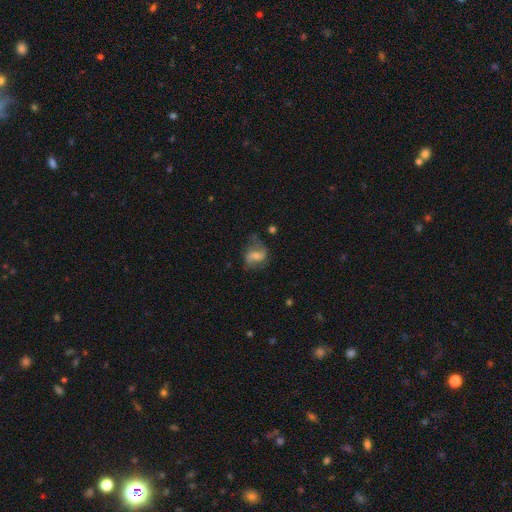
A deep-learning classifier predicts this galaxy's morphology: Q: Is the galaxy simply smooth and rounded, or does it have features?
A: featured or disk — 60%.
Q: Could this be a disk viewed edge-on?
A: no — 97%.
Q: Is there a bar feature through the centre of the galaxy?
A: weak — 46%.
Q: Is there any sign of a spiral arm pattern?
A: yes — 87%.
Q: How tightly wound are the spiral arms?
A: loose — 51%.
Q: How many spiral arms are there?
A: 2 — 84%.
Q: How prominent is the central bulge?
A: moderate — 37%.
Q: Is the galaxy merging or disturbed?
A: none — 56%.